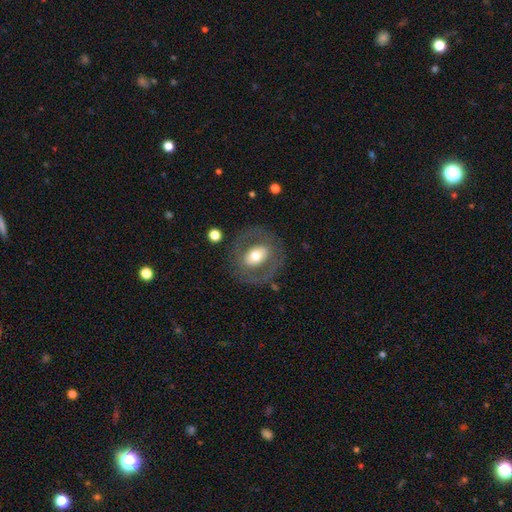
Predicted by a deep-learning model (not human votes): smooth-or-featured: featured or disk: 50% | smooth: 43% | star or artifact: 7%
  disk-edge-on: no: 93% | yes: 7%
  merging: none: 76% | minor disturbance: 12% | major disturbance: 10% | merger: 2%